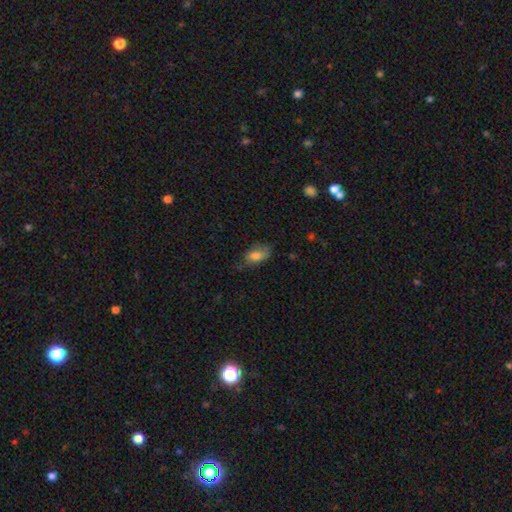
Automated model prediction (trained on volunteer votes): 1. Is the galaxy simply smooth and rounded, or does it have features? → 78% smooth, 14% featured or disk, 9% star or artifact.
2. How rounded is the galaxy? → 89% in between, 6% cigar-shaped, 6% round.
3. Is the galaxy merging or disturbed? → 54% none, 32% minor disturbance, 12% major disturbance, 2% merger.